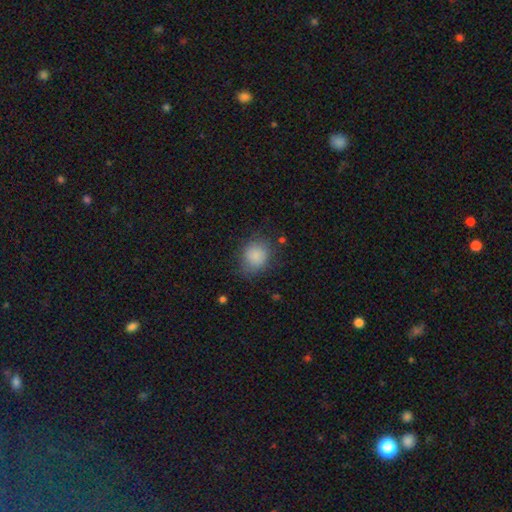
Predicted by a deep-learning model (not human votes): A smooth galaxy with no disk features (85%) that is round (68%). Merging: none (71%).